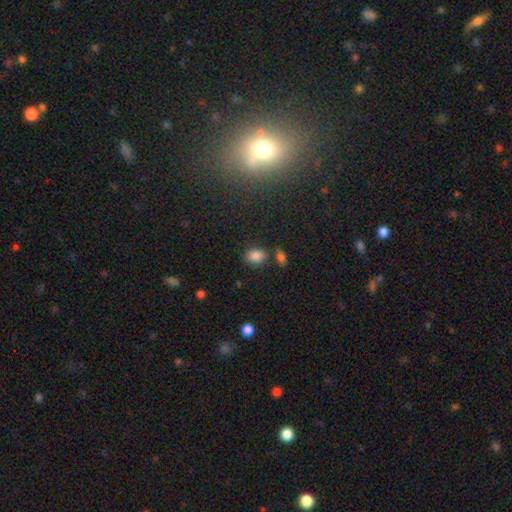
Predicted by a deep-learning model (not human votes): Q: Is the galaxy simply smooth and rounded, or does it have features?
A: smooth — 85%.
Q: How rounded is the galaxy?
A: in between — 73%.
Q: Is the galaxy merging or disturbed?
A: none — 73%.